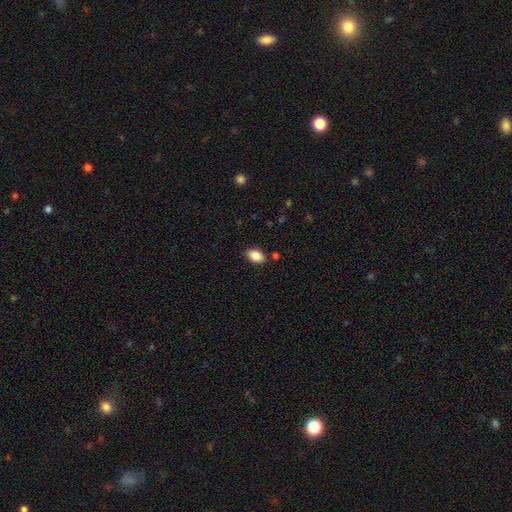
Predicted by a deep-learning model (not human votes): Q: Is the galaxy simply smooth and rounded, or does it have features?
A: smooth — 87%.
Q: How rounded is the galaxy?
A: in between — 89%.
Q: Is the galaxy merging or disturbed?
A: none — 85%.